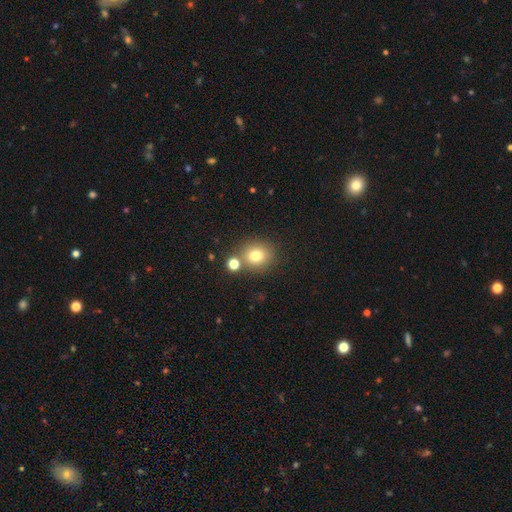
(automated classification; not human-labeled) smooth-or-featured: smooth: 77% | star or artifact: 14% | featured or disk: 10%
  how-rounded: round: 80% | in between: 19% | cigar-shaped: 1%
  merging: none: 72% | merger: 15% | minor disturbance: 9% | major disturbance: 3%